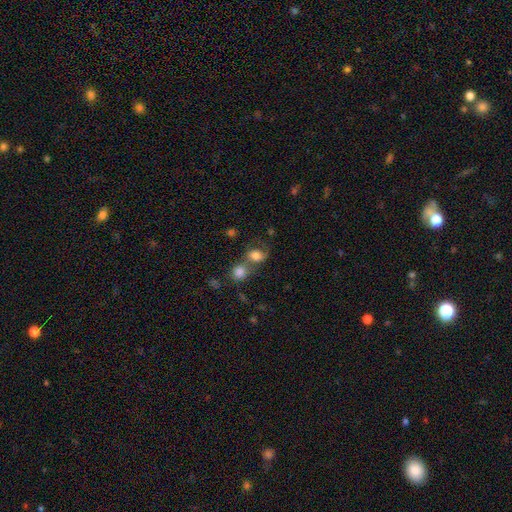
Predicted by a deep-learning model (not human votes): A smooth galaxy with no disk features (70%) that is round (56%). Merging: merger (50%).